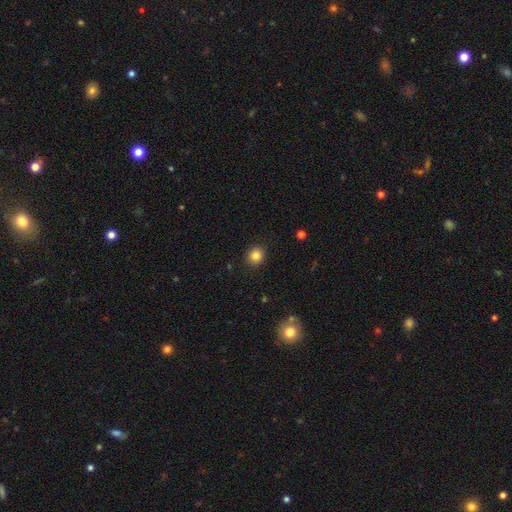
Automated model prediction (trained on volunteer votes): Q: Smooth or featured?
A: smooth (84%); runner-up: star or artifact (11%)
Q: How rounded?
A: round (84%); runner-up: in between (15%)
Q: Merging?
A: none (91%); runner-up: minor disturbance (6%)